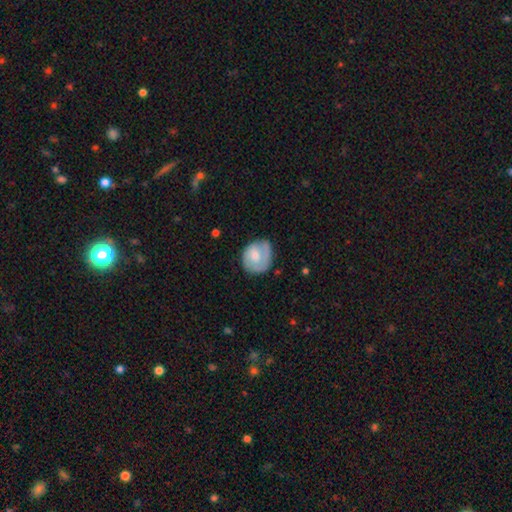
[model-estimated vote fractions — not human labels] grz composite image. It shows a smooth galaxy with no disk features (56%) that is round (67%). Merging: none (55%).